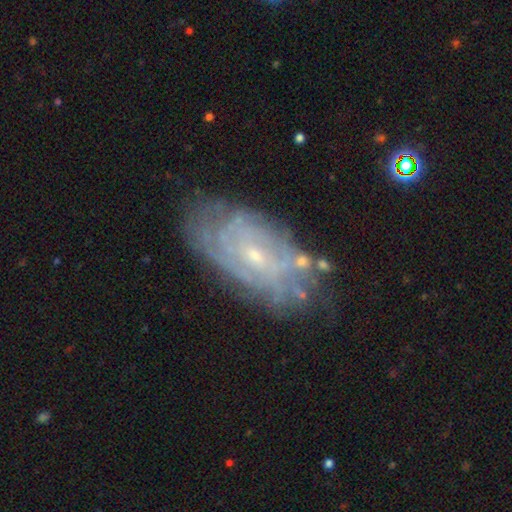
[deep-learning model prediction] Q: Smooth or featured?
A: featured or disk (80%); runner-up: smooth (12%)
Q: Edge-on disk?
A: no (94%); runner-up: yes (6%)
Q: Bar?
A: no (58%); runner-up: weak (35%)
Q: Spiral arms?
A: yes (89%); runner-up: no (11%)
Q: Spiral winding?
A: tight (72%); runner-up: medium (22%)
Q: Spiral arm count?
A: can't tell (52%); runner-up: 4 (13%)
Q: Bulge size?
A: small (76%); runner-up: moderate (20%)
Q: Merging?
A: none (71%); runner-up: minor disturbance (20%)